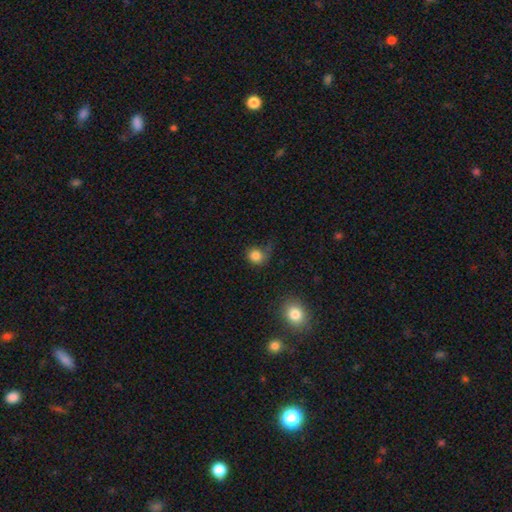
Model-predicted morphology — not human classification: smooth-or-featured: smooth: 82% | star or artifact: 10% | featured or disk: 8%
  how-rounded: round: 82% | in between: 17% | cigar-shaped: 1%
  merging: none: 47% | minor disturbance: 25% | major disturbance: 24% | merger: 5%